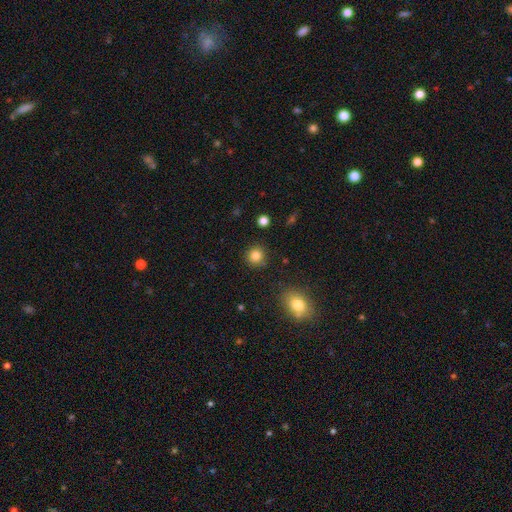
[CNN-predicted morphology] Smooth or featured? Predicted: smooth (p=0.84). How rounded? Predicted: round (p=0.91). Merging? Predicted: none (p=0.88).